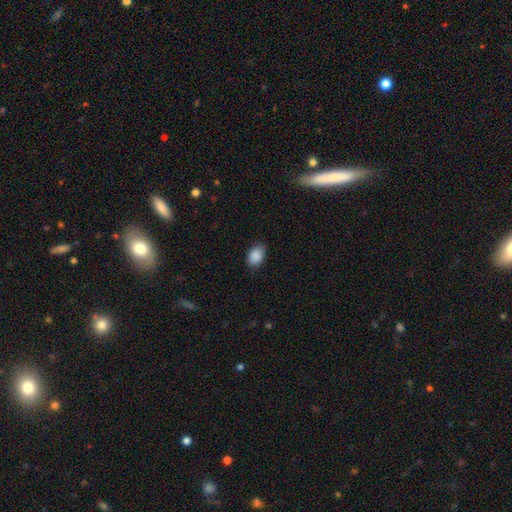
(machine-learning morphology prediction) type=smooth (89%); roundness=in between (86%); merging=none (81%).